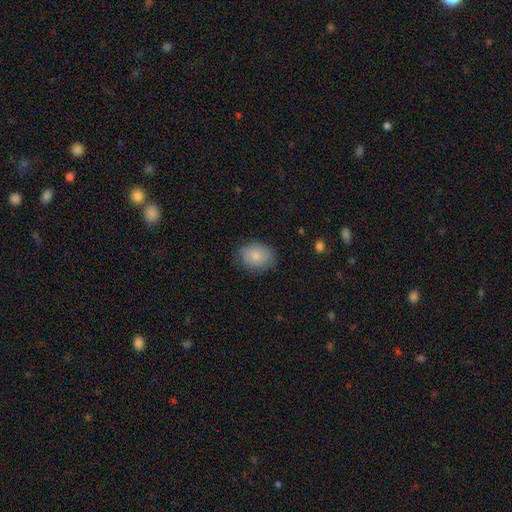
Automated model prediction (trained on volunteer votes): Q: Smooth or featured?
A: smooth (81%); runner-up: featured or disk (12%)
Q: How rounded?
A: in between (57%); runner-up: round (42%)
Q: Merging?
A: none (75%); runner-up: minor disturbance (19%)